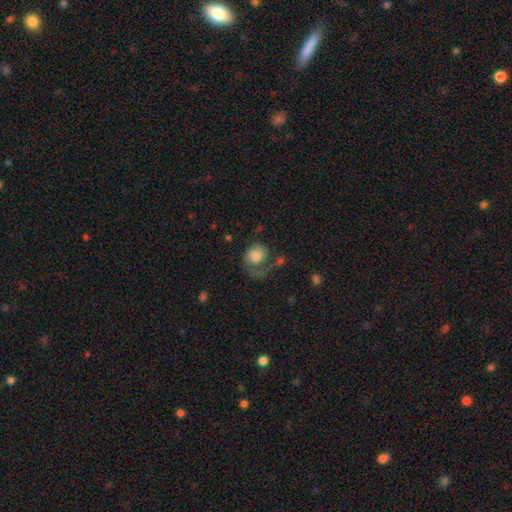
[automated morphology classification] Smooth or featured? smooth (55%)
How rounded? round (58%)
Merging? major disturbance (47%)